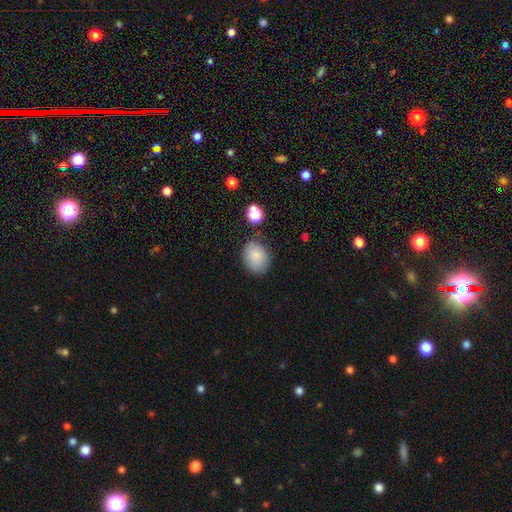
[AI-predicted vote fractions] Smooth or featured? Predicted: smooth (p=0.83). How rounded? Predicted: in between (p=0.54). Merging? Predicted: none (p=0.76).